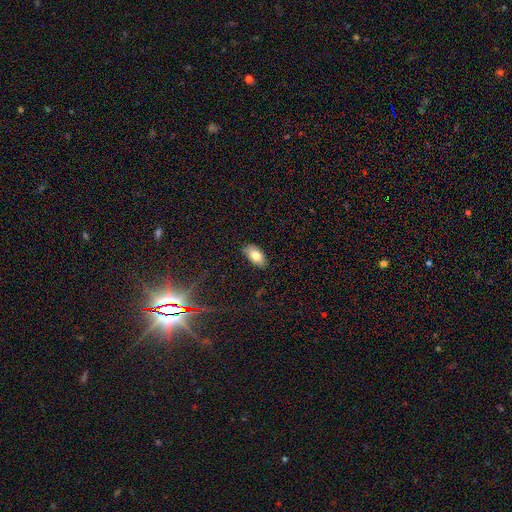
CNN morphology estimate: Overall: smooth (78%). How rounded: in between (92%). Merging: none (83%).